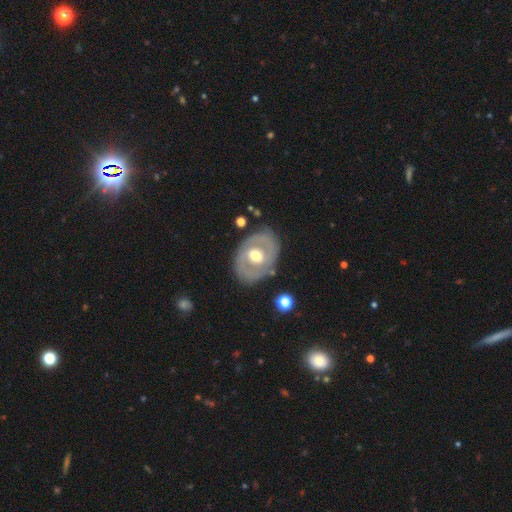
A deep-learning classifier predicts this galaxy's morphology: Smooth or featured?
  - featured or disk: 71% *
  - smooth: 24%
  - star or artifact: 5%
Edge-on disk?
  - no: 95% *
  - yes: 5%
Bar?
  - no: 56% *
  - weak: 33%
  - strong: 11%
Spiral arms?
  - no: 51% *
  - yes: 49%
Bulge size?
  - moderate: 73% *
  - large: 16%
  - small: 9%
  - dominant: 1%
  - none: 1%
Merging?
  - none: 76% *
  - minor disturbance: 16%
  - major disturbance: 6%
  - merger: 2%